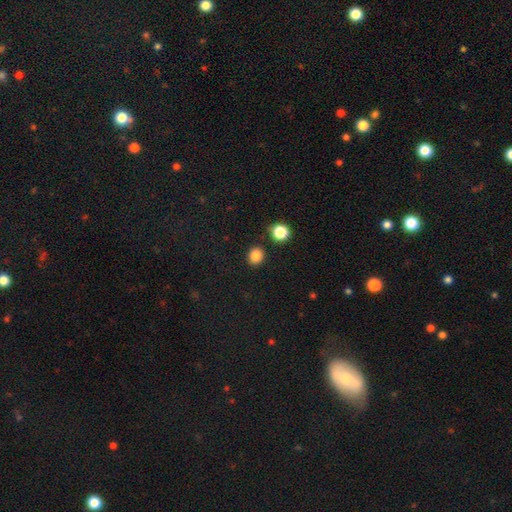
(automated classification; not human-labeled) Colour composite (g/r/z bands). It shows a smooth galaxy with no disk features (84%) that is round (73%). Merging: none (87%).